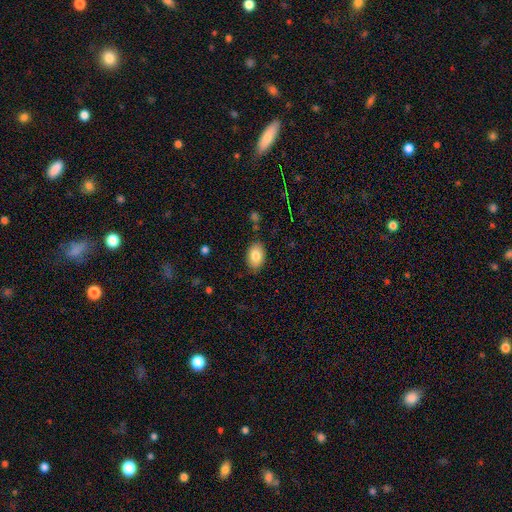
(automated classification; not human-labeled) Morphology: type=smooth (83%); roundness=in between (89%); merging=none (85%).